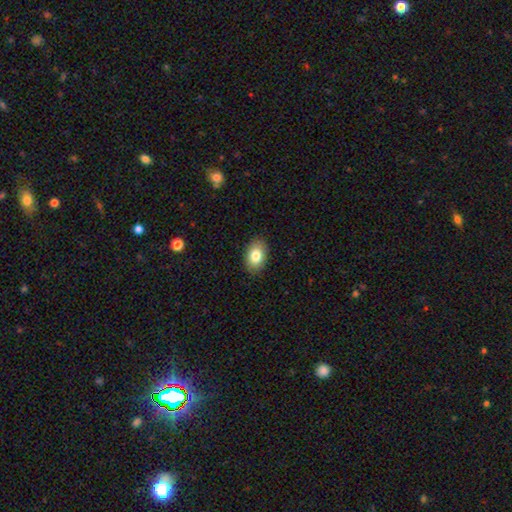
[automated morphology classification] A smooth galaxy with no disk features (82%) that is in between round and cigar-shaped (87%).

Vote fractions:
- Smooth or featured? smooth: 82% / featured or disk: 10% / star or artifact: 8%
- How rounded? in between: 87% / round: 12% / cigar-shaped: 1%
- Merging? none: 88% / minor disturbance: 9% / major disturbance: 2% / merger: 1%